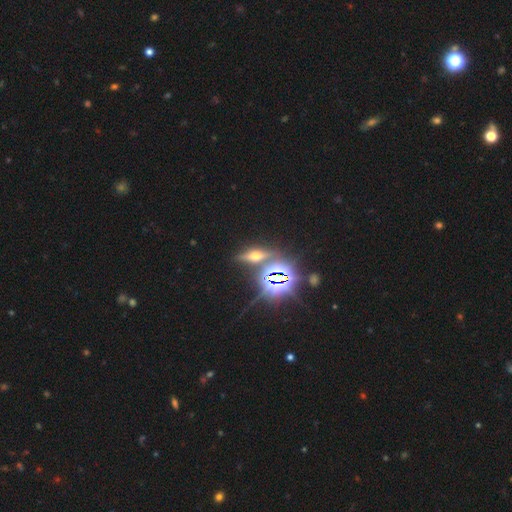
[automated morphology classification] smooth_or_featured: star or artifact (p=0.44) [alt: featured or disk p=0.31]